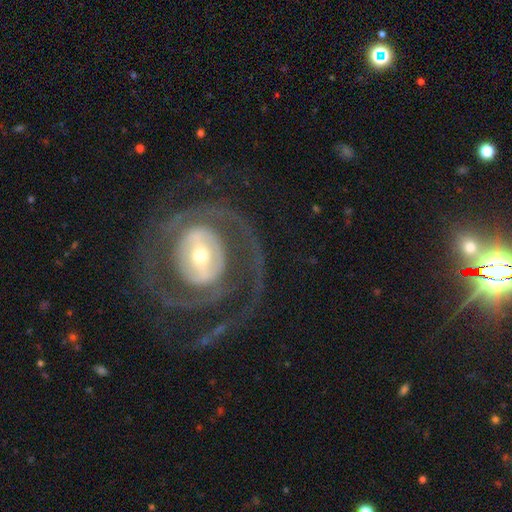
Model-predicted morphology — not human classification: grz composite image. It shows a featured or disk galaxy (86%) with no bar (37%), 2 (52%) tight (58%) spiral arms (87%) and a moderate central bulge (44%). Merging: none (71%).